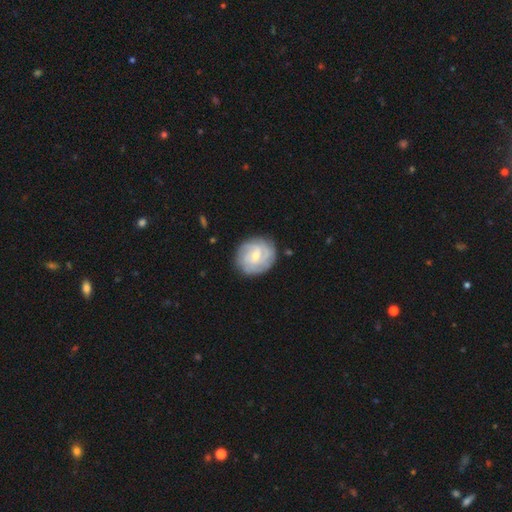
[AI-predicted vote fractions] Smooth or featured?
  - featured or disk: 76% *
  - smooth: 19%
  - star or artifact: 6%
Edge-on disk?
  - no: 98% *
  - yes: 2%
Bar?
  - weak: 51% *
  - no: 41%
  - strong: 9%
Spiral arms?
  - yes: 94% *
  - no: 6%
Spiral winding?
  - tight: 66% *
  - medium: 27%
  - loose: 6%
Spiral arm count?
  - can't tell: 32% *
  - 3: 23%
  - 4: 17%
  - 2: 17%
  - more than 4: 6%
  - 1: 5%
Bulge size?
  - small: 57% *
  - moderate: 38%
  - none: 2%
  - large: 2%
  - dominant: 1%
Merging?
  - none: 83% *
  - minor disturbance: 12%
  - major disturbance: 4%
  - merger: 1%